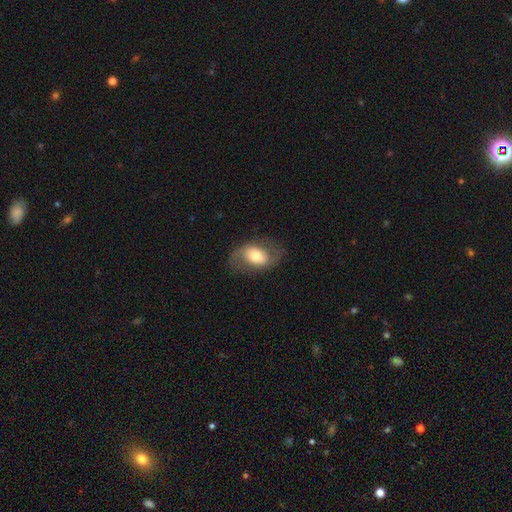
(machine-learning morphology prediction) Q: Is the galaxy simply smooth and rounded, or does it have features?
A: featured or disk — 54%.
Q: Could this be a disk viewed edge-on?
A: no — 94%.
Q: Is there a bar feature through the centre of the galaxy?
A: no — 54%.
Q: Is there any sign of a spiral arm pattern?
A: yes — 72%.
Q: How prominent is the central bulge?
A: moderate — 60%.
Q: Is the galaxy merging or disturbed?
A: none — 70%.